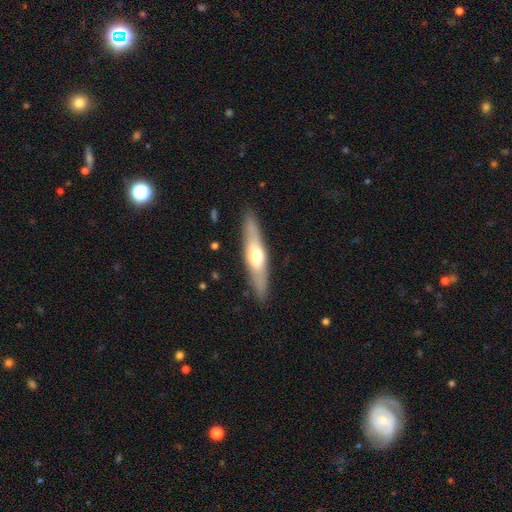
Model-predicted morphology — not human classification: This appears to be a featured or disk galaxy (49%). Merging: none (89%).